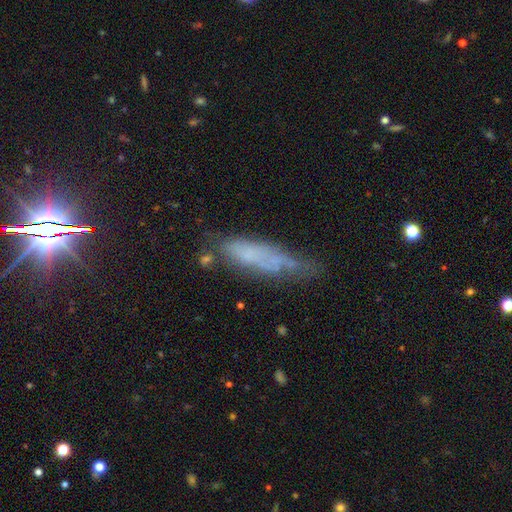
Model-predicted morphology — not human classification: The model was most divided on "smooth or featured": smooth: 48%, featured or disk: 36%, star or artifact: 15%. Remaining: merging — none (46%).